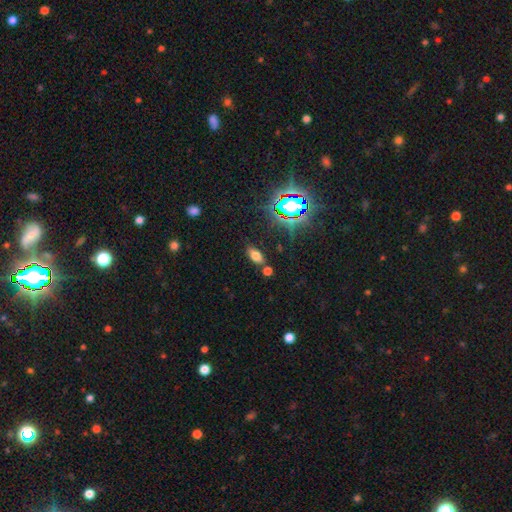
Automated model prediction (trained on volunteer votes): Smooth or featured? Predicted: smooth (p=0.68). How rounded? Predicted: in between (p=0.85). Merging? Predicted: none (p=0.73).